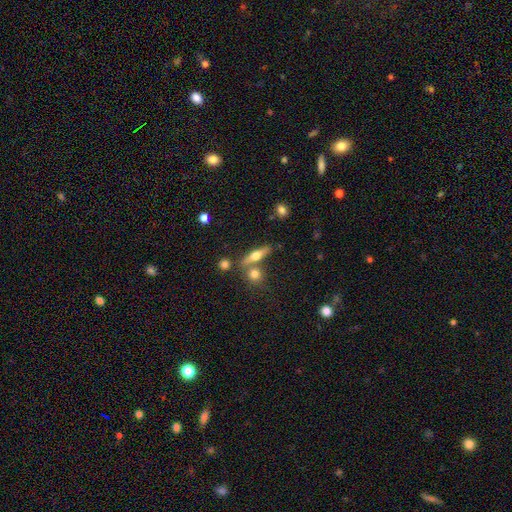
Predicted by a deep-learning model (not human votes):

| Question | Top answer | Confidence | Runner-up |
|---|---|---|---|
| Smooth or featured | featured or disk | 54% | smooth (38%) |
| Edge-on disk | yes | 92% | no (8%) |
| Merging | none | 69% | merger (18%) |